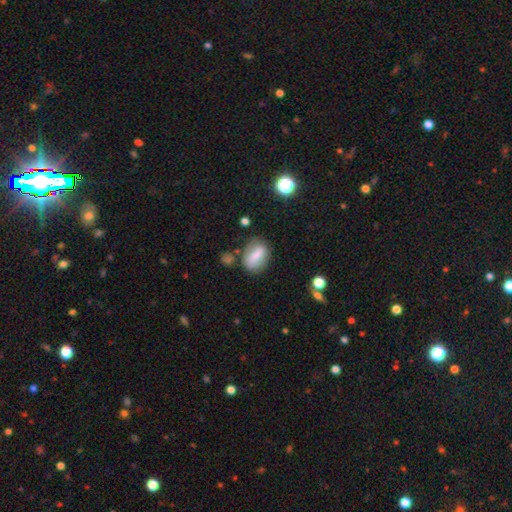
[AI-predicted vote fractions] Q: Smooth or featured?
A: smooth (68%); runner-up: featured or disk (23%)
Q: How rounded?
A: in between (76%); runner-up: round (17%)
Q: Merging?
A: none (70%); runner-up: minor disturbance (18%)